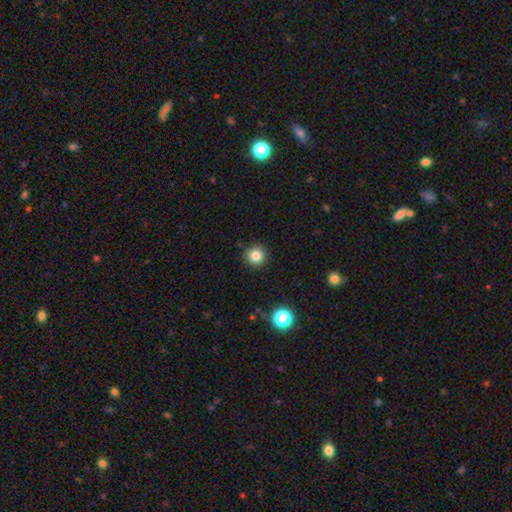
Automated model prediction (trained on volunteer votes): smooth_or_featured: smooth (p=0.82) [alt: star or artifact p=0.12]
how_rounded: round (p=0.95) [alt: in between p=0.04]
merging: none (p=0.91) [alt: minor disturbance p=0.06]